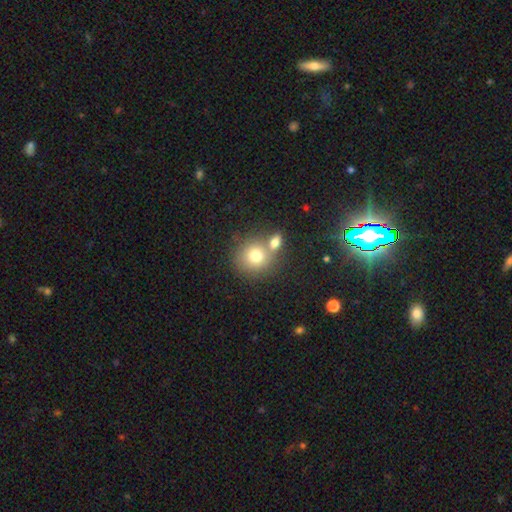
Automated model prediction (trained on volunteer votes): Smooth or featured? Predicted: smooth (p=0.75). How rounded? Predicted: round (p=0.84). Merging? Predicted: none (p=0.51).